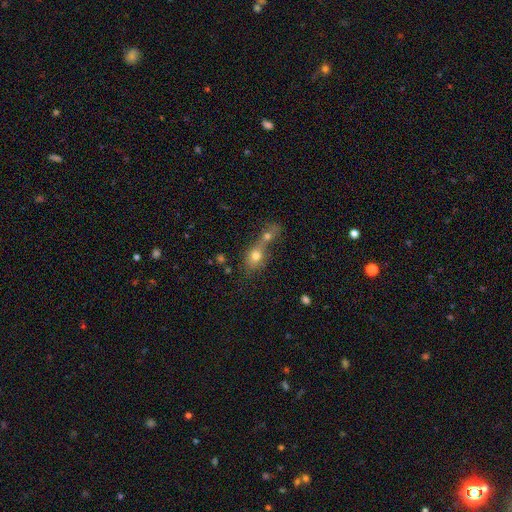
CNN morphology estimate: smooth-or-featured: smooth: 73% | featured or disk: 16% | star or artifact: 11%
  how-rounded: in between: 49% | round: 47% | cigar-shaped: 4%
  merging: merger: 69% | none: 19% | minor disturbance: 6% | major disturbance: 6%